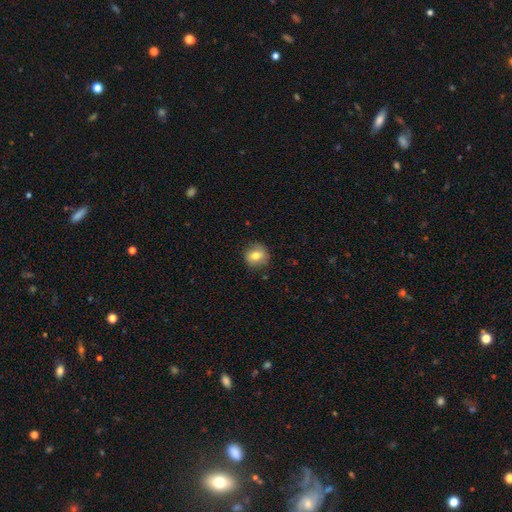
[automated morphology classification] Smooth or featured? Predicted: smooth (p=0.73). How rounded? Predicted: round (p=0.82). Merging? Predicted: none (p=0.83).